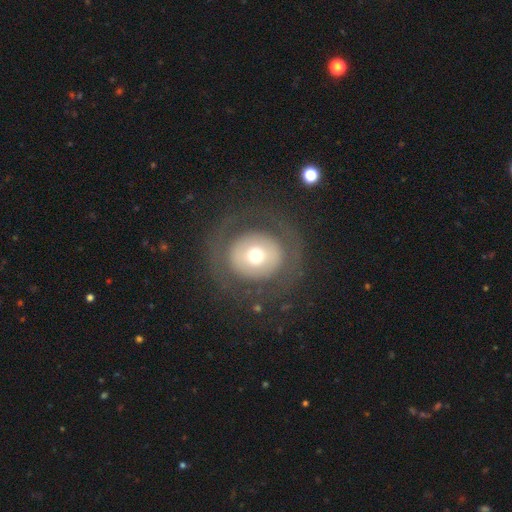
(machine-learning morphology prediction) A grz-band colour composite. It shows a smooth galaxy with no disk features (50%) that is round (84%). Merging: none (77%).